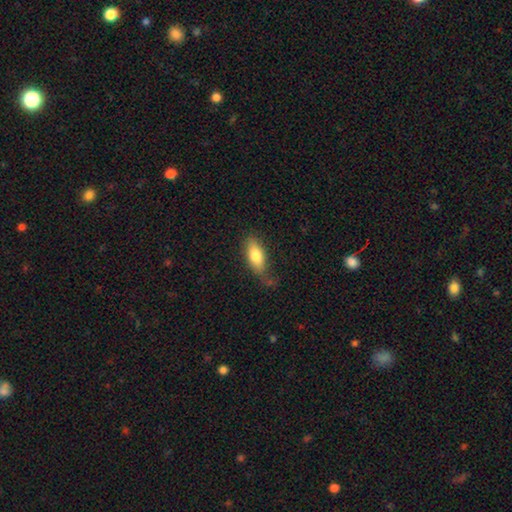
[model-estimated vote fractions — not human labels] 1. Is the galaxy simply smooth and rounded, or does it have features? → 77% smooth, 16% featured or disk, 7% star or artifact.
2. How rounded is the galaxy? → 81% in between, 16% cigar-shaped, 3% round.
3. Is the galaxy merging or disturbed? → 63% none, 25% minor disturbance, 8% major disturbance, 4% merger.